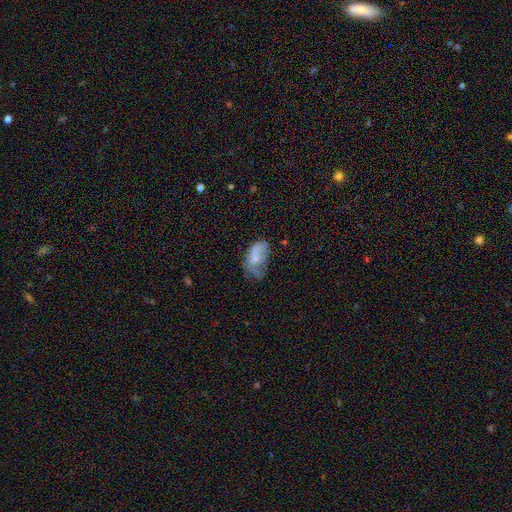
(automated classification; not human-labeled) A smooth galaxy with no disk features (59%) that is in between round and cigar-shaped (91%).

Vote fractions:
- Smooth or featured? smooth: 59% / featured or disk: 31% / star or artifact: 10%
- How rounded? in between: 91% / round: 6% / cigar-shaped: 3%
- Merging? minor disturbance: 33% (tied) / major disturbance: 33% (tied) / none: 30% / merger: 5%